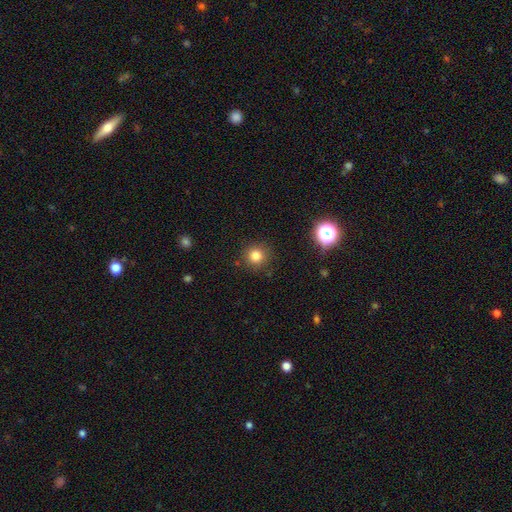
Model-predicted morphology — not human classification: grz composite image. It shows a smooth galaxy with no disk features (81%) that is round (93%). Merging: none (89%).